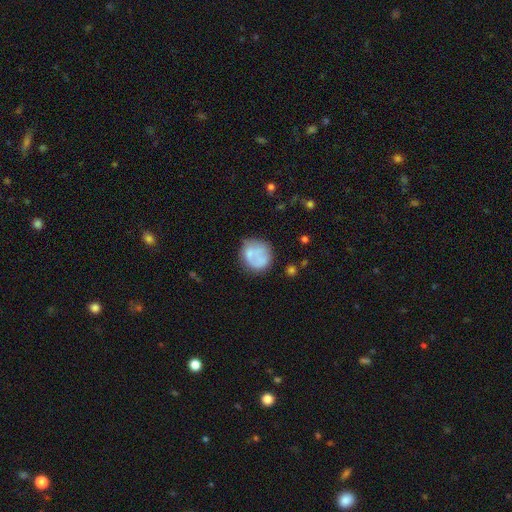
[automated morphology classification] A smooth galaxy with no disk features (65%) that is round (86%). Merging: none (54%).